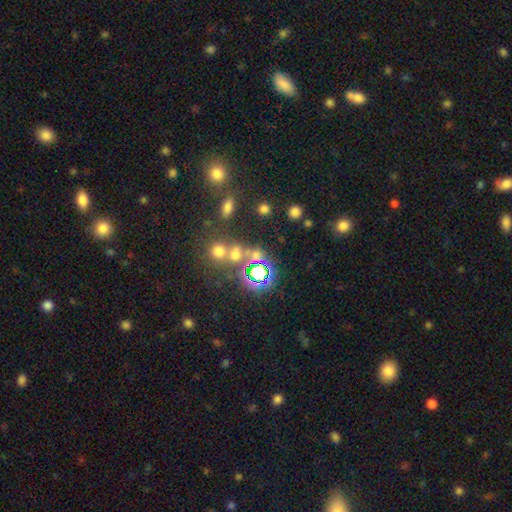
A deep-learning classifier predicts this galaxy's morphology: This is possibly a star or artifact rather than a galaxy (51%).